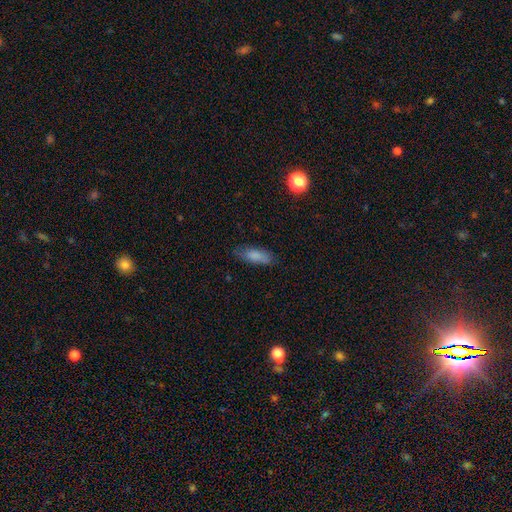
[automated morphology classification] A smooth galaxy with no disk features (82%) that is in between round and cigar-shaped (72%). Merging: none (73%).